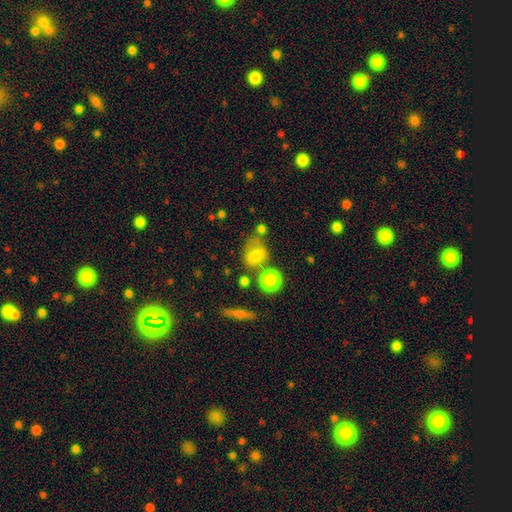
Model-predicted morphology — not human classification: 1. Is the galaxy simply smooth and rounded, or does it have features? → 71% smooth, 15% featured or disk, 14% star or artifact.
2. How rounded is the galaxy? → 63% in between, 34% round, 3% cigar-shaped.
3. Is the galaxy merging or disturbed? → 44% none, 22% minor disturbance, 20% merger, 14% major disturbance.